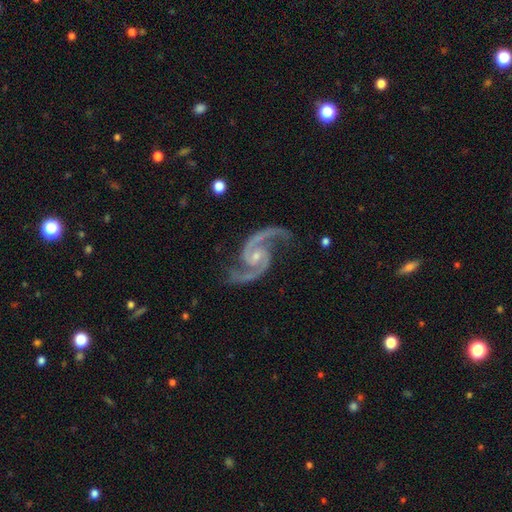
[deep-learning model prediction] This is clearly a featured or disk galaxy (95%). It is clearly not viewed edge-on (98%). Bar: possibly no (54%). Spiral arm pattern: clearly yes (99%). Spiral arm count: clearly 2 (95%). Spiral winding: likely medium (64%). Central bulge: likely small (65%). Merging: likely none (78%).